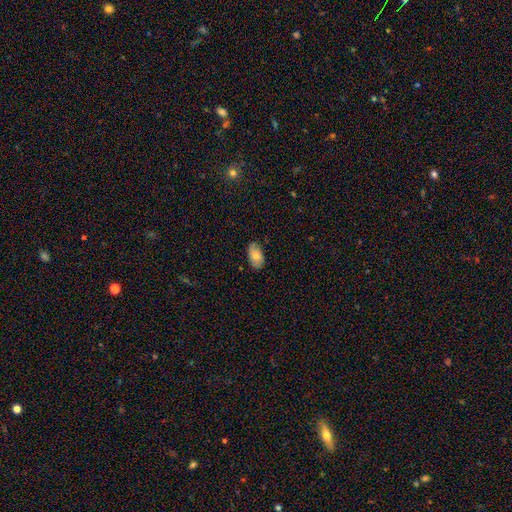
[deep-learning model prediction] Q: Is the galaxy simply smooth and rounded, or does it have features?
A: smooth — 75%.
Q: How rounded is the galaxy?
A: in between — 94%.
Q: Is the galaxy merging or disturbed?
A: none — 83%.